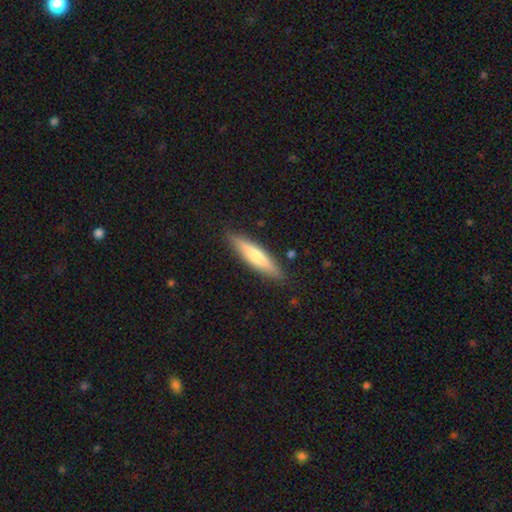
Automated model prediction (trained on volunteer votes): Morphology: type=smooth (58%); roundness=cigar-shaped (86%); merging=none (89%).